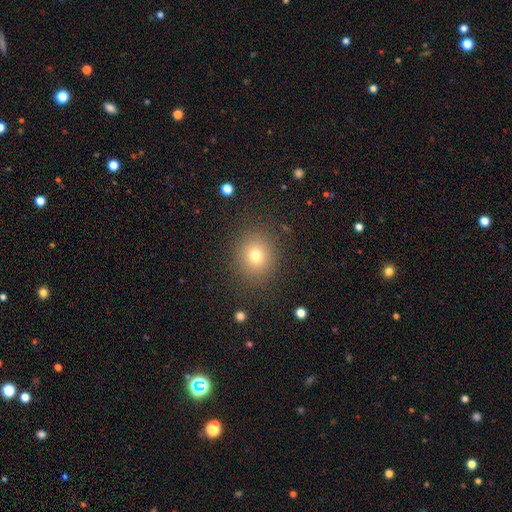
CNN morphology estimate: type=smooth (74%); roundness=round (73%); merging=none (87%).